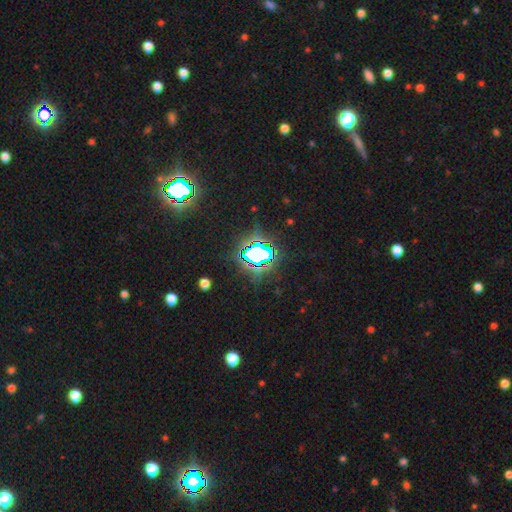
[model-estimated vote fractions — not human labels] Q: Smooth or featured?
A: star or artifact (73%); runner-up: smooth (16%)